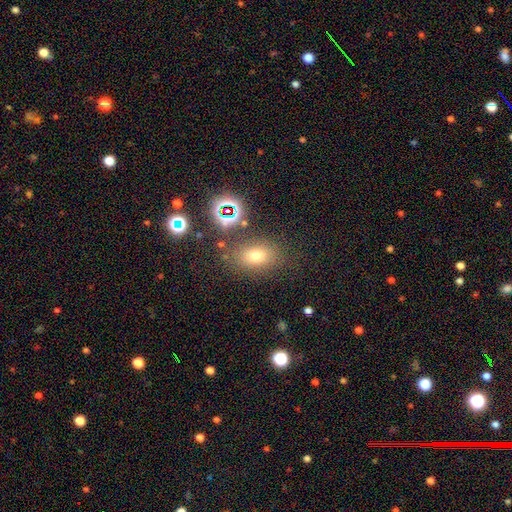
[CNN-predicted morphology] Smooth or featured? smooth (65%)
How rounded? in between (74%)
Merging? none (76%)